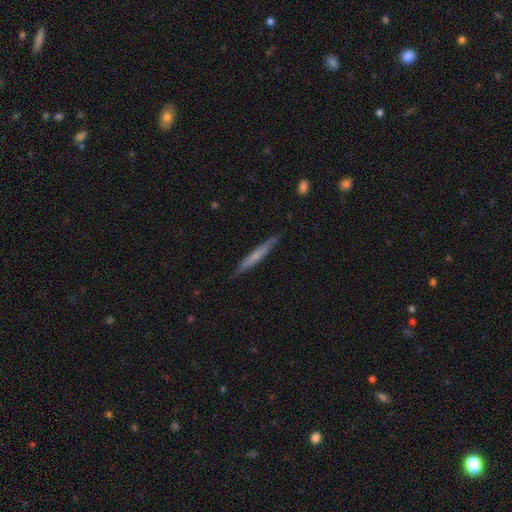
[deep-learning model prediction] smooth 52%, featured or disk 43%, star or artifact 6%. Down the decision tree: how rounded — cigar-shaped (96%); merging — none (87%).